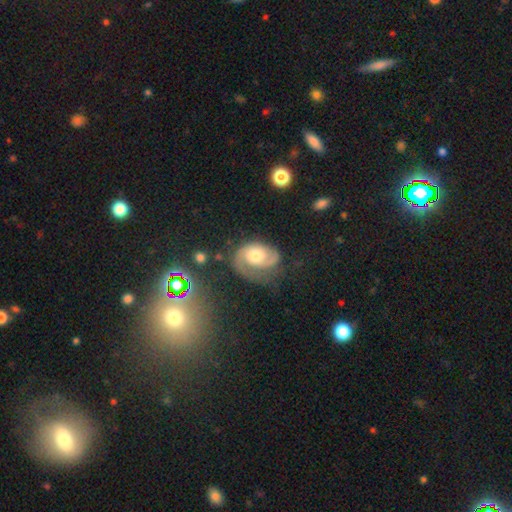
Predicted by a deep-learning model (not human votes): featured or disk 81%, smooth 12%, star or artifact 7%. Down the decision tree: edge-on disk — no (98%); bar — no (70%); spiral arms — yes (95%); spiral arm count — 2 (58%); spiral winding — tight (44%); bulge size — moderate (66%); merging — none (55%).